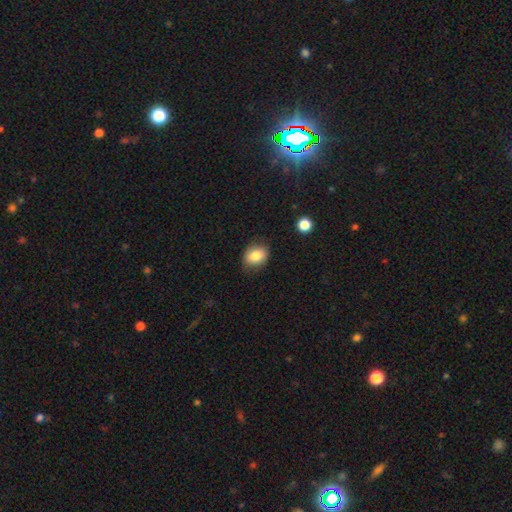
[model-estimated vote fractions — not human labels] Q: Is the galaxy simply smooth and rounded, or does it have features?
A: smooth — 83%.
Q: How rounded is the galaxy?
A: in between — 56%.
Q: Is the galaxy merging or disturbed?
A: none — 78%.